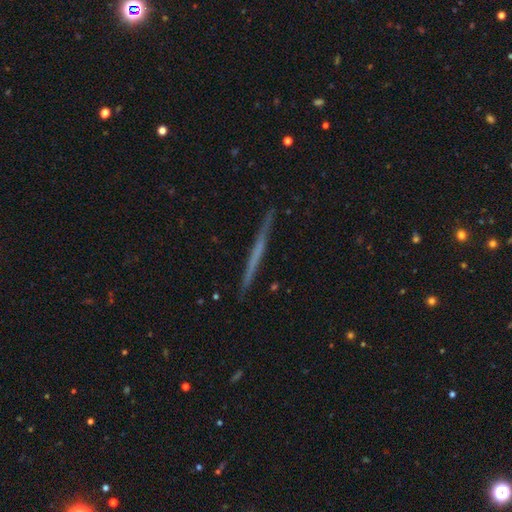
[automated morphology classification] Smooth or featured: featured or disk — 56% (smooth — 37%)
Edge-on disk: yes — 97% (no — 3%)
Edge-on bulge: none — 87% (rounded — 8%)
Merging: none — 91% (minor disturbance — 7%)